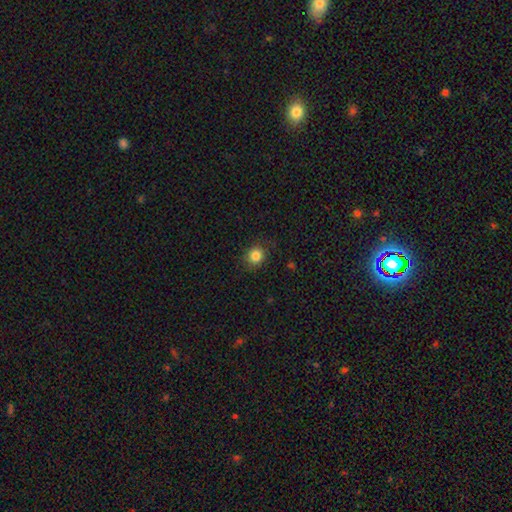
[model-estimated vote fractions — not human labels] Morphology: type=smooth (84%); roundness=round (84%); merging=none (87%).